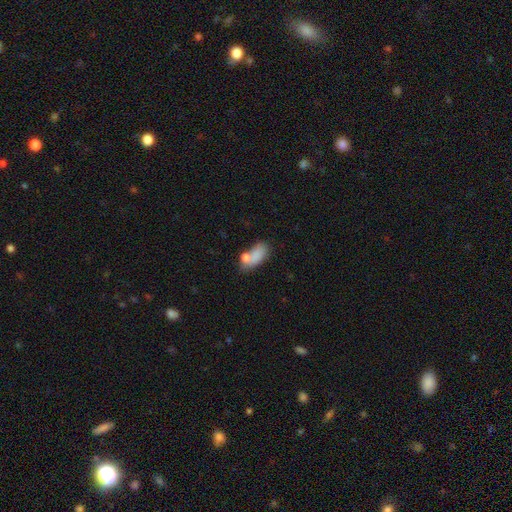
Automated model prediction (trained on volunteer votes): Overall: smooth (77%). How rounded: in between (86%). Merging: none (37%; merger 32%).